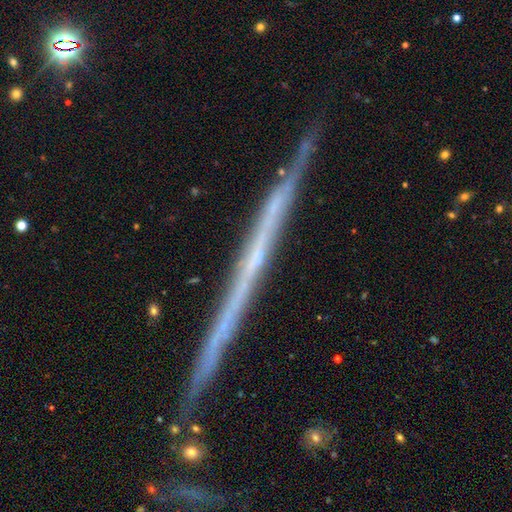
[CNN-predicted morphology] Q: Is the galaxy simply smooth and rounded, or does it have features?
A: featured or disk — 74%.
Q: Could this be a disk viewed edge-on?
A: yes — 97%.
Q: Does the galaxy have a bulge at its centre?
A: none — 88%.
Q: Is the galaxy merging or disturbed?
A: none — 85%.